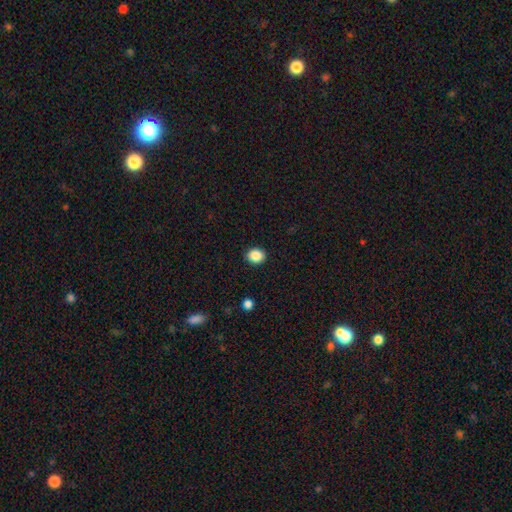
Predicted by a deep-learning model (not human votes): Q: Smooth or featured?
A: smooth (87%); runner-up: star or artifact (9%)
Q: How rounded?
A: round (71%); runner-up: in between (28%)
Q: Merging?
A: none (91%); runner-up: minor disturbance (6%)